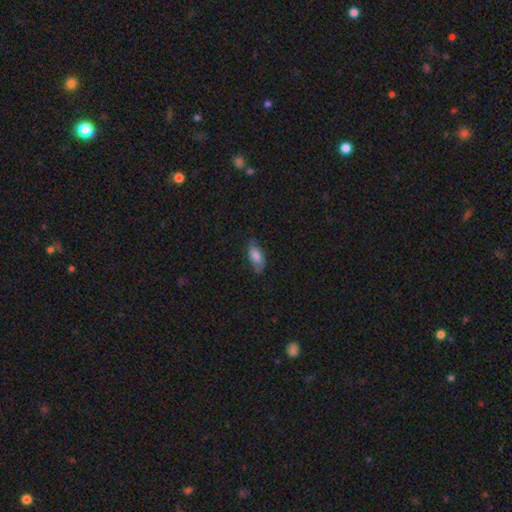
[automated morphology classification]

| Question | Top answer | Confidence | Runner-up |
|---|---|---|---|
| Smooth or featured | smooth | 65% | featured or disk (27%) |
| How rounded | in between | 86% | cigar-shaped (10%) |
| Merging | none | 70% | minor disturbance (23%) |